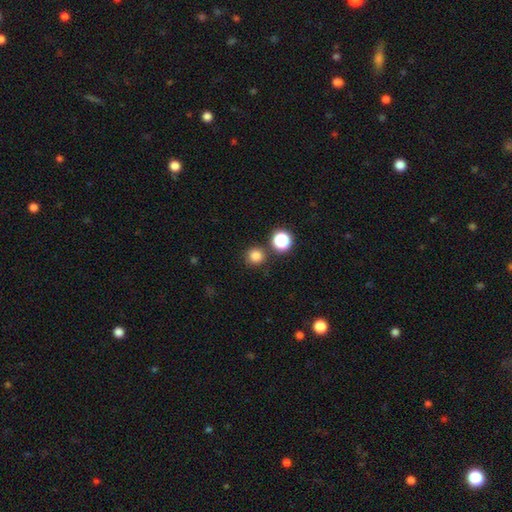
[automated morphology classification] This appears to be a smooth galaxy with no disk features (81%) that is round (94%). Merging: none (84%).